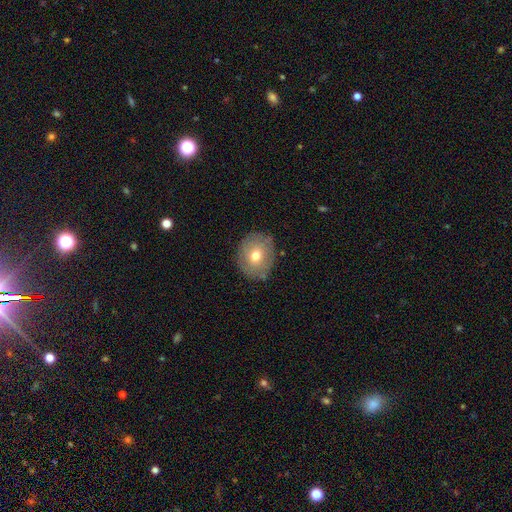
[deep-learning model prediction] Q: Smooth or featured?
A: smooth (66%); runner-up: featured or disk (25%)
Q: How rounded?
A: round (64%); runner-up: in between (35%)
Q: Merging?
A: none (80%); runner-up: minor disturbance (15%)